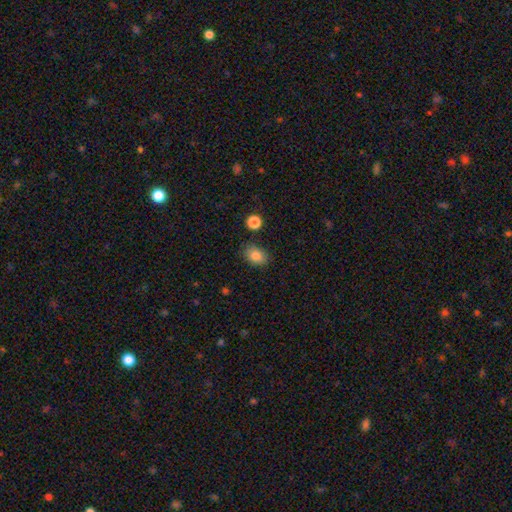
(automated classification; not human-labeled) Smooth or featured? Predicted: smooth (p=0.85). How rounded? Predicted: in between (p=0.76). Merging? Predicted: none (p=0.82).